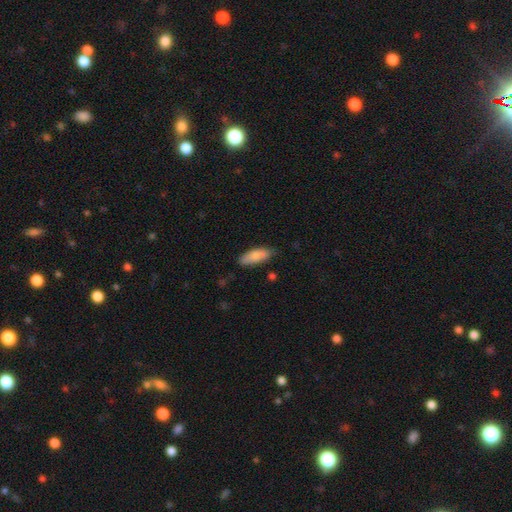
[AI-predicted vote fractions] Smooth or featured: smooth — 82% (featured or disk — 12%)
How rounded: in between — 73% (cigar-shaped — 25%)
Merging: none — 77% (minor disturbance — 18%)